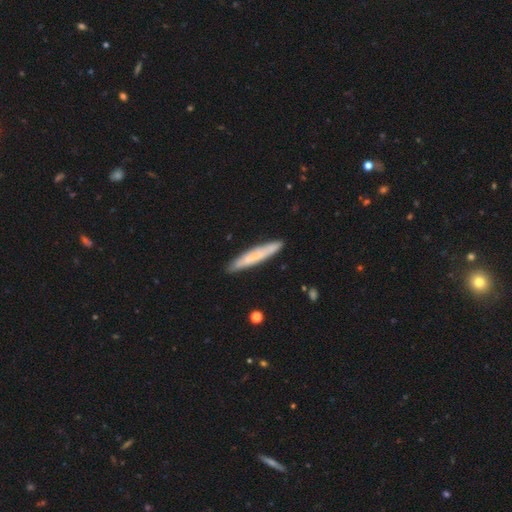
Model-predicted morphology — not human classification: type=smooth (64%); roundness=cigar-shaped (94%); merging=none (88%).